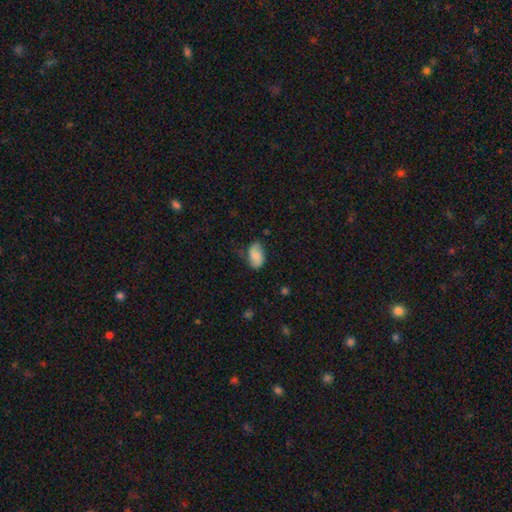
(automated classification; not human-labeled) Smooth or featured: smooth — 75% (featured or disk — 17%)
How rounded: in between — 91% (round — 7%)
Merging: none — 57% (minor disturbance — 31%)